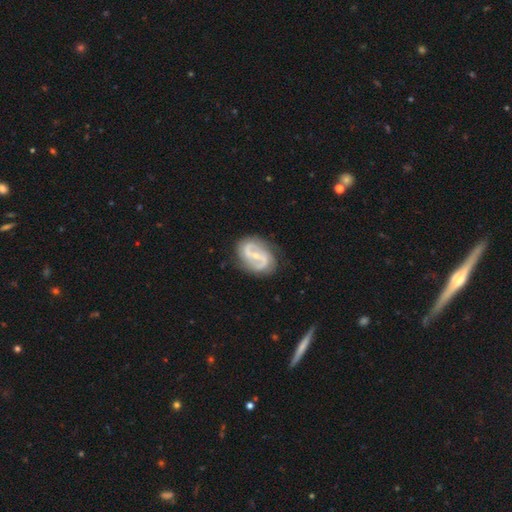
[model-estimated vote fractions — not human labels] Smooth or featured?
  - featured or disk: 87% *
  - smooth: 8%
  - star or artifact: 5%
Edge-on disk?
  - no: 97% *
  - yes: 3%
Bar?
  - weak: 43% *
  - strong: 31%
  - no: 25%
Spiral arms?
  - yes: 96% *
  - no: 4%
Spiral winding?
  - medium: 50% *
  - loose: 26%
  - tight: 25%
Spiral arm count?
  - 2: 89% *
  - can't tell: 4%
  - 3: 3%
  - 1: 2%
  - 4: 1%
  - more than 4: 1%
Bulge size?
  - small: 64% *
  - moderate: 31%
  - none: 3%
  - large: 1%
  - dominant: 1%
Merging?
  - none: 78% *
  - minor disturbance: 15%
  - major disturbance: 5%
  - merger: 2%